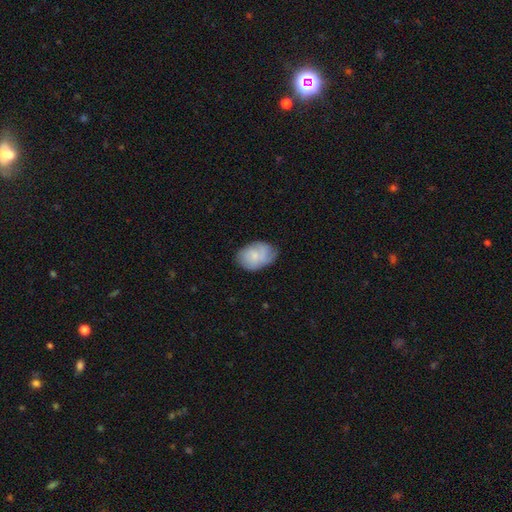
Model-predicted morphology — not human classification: The model was most divided on "merging": none: 62%, minor disturbance: 29%, major disturbance: 8%, merger: 1%. More confident: how rounded — in between (81%); smooth or featured — smooth (64%).